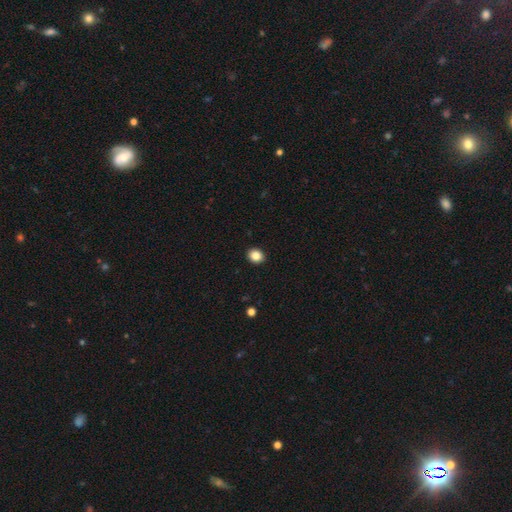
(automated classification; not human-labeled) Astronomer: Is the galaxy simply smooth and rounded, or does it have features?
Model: smooth — 86%.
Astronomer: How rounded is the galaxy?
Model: round — 64%.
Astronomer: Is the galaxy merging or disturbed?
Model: none — 93%.